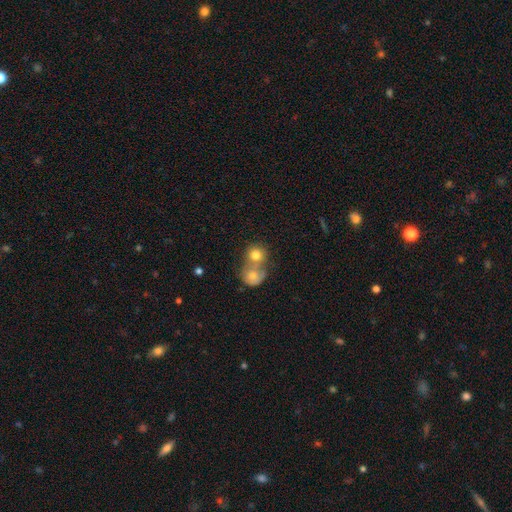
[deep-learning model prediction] The model was most divided on "merging": merger: 61%, none: 30%, minor disturbance: 6%, major disturbance: 3%. More confident: how rounded — round (81%); smooth or featured — smooth (76%).